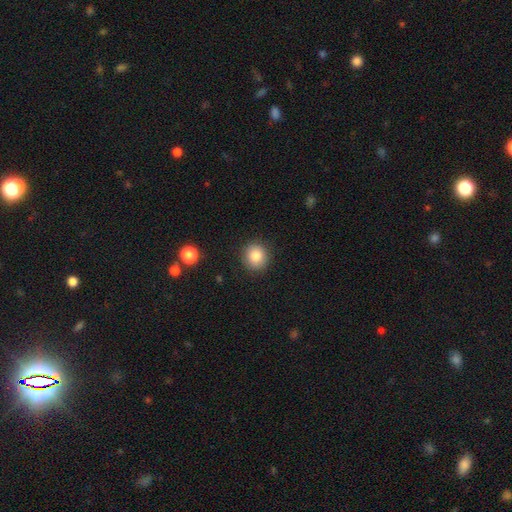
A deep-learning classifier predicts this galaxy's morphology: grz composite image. It shows a smooth galaxy with no disk features (84%) that is round (88%). Merging: none (89%).